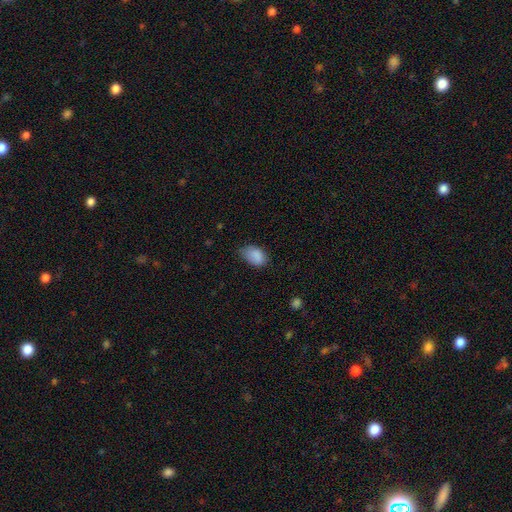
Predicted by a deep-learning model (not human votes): This is clearly a smooth galaxy (87%). How rounded: clearly in between (89%). Merging: possibly none (60%).